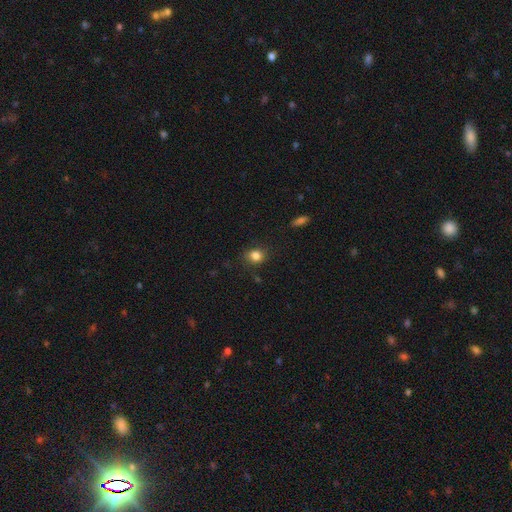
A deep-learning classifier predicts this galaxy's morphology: smooth_or_featured: smooth (p=0.83) [alt: star or artifact p=0.11]
how_rounded: round (p=0.62) [alt: in between p=0.37]
merging: none (p=0.79) [alt: minor disturbance p=0.15]